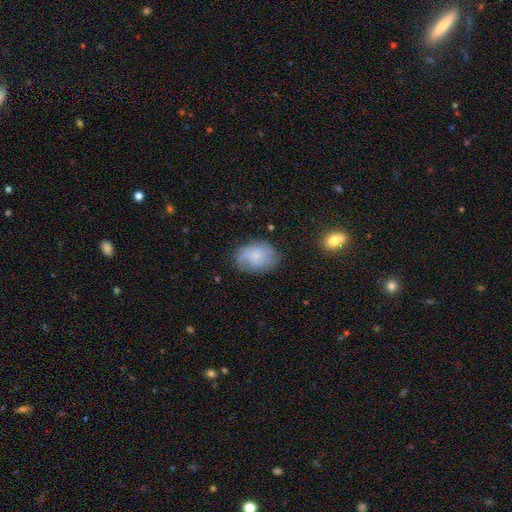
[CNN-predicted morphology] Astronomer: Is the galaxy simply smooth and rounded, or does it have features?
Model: smooth — 48% (runner-up: featured or disk, 43%).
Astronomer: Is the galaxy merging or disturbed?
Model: none — 68%.